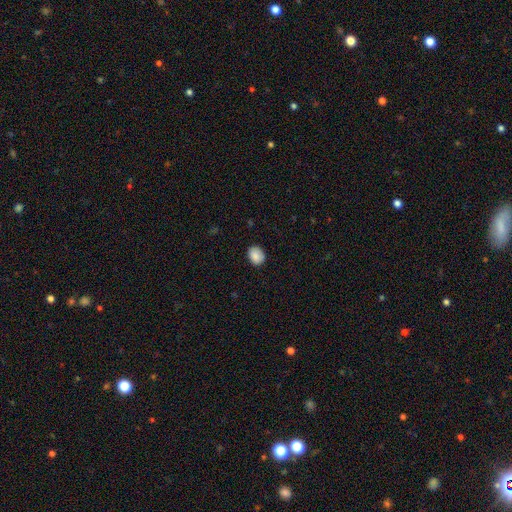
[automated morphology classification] Smooth or featured?
  - smooth: 88% *
  - star or artifact: 8%
  - featured or disk: 5%
How rounded?
  - round: 51% *
  - in between: 48%
  - cigar-shaped: 1%
Merging?
  - none: 83% *
  - minor disturbance: 13%
  - major disturbance: 2%
  - merger: 1%